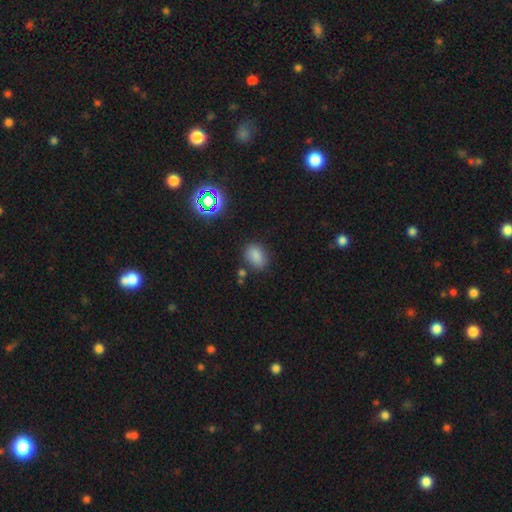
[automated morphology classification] type=smooth (80%); roundness=in between (77%); merging=none (78%).